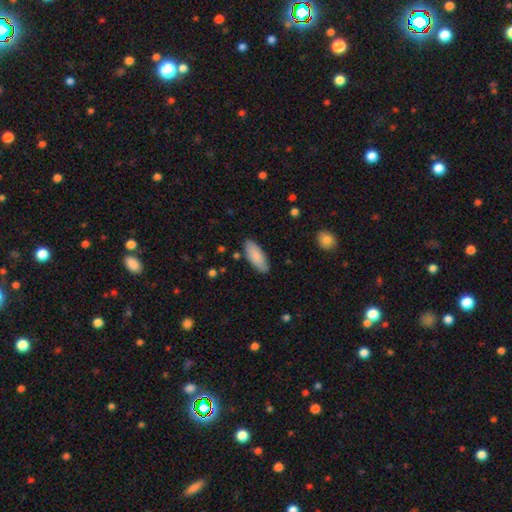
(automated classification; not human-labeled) A smooth galaxy with no disk features (87%) that is in between round and cigar-shaped (78%).

Vote fractions:
- Smooth or featured? smooth: 87% / featured or disk: 8% / star or artifact: 5%
- How rounded? in between: 78% / cigar-shaped: 21% / round: 2%
- Merging? none: 86% / minor disturbance: 11% / major disturbance: 2% / merger: 2%